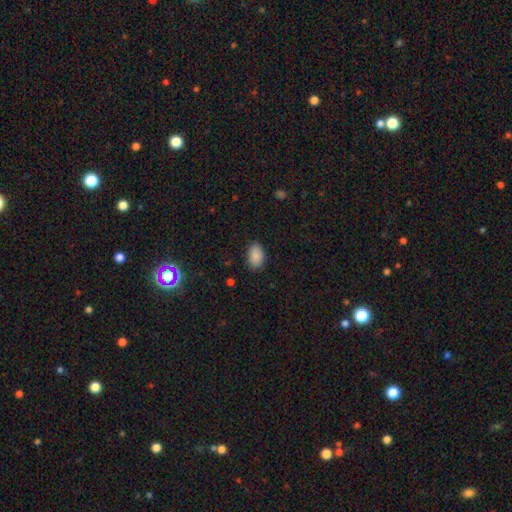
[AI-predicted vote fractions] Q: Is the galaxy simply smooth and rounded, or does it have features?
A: smooth — 88%.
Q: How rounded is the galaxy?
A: in between — 90%.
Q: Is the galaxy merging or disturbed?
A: none — 85%.